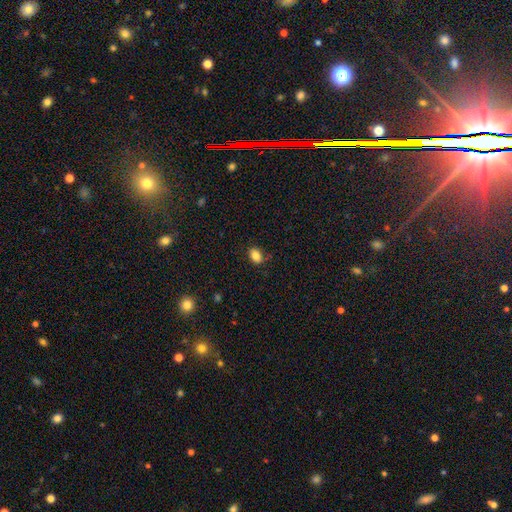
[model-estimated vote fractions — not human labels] Q: Smooth or featured?
A: smooth (85%); runner-up: star or artifact (10%)
Q: How rounded?
A: in between (78%); runner-up: round (21%)
Q: Merging?
A: none (81%); runner-up: minor disturbance (14%)